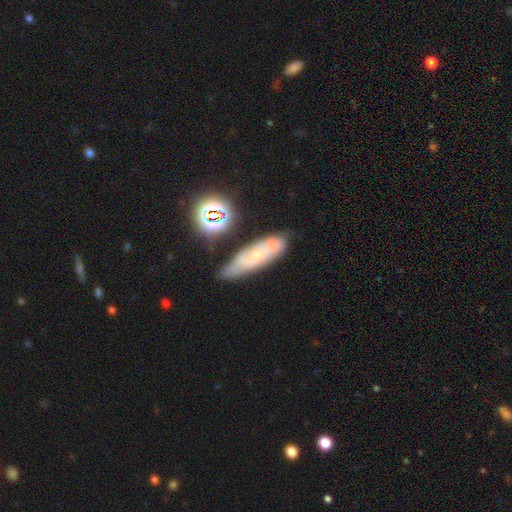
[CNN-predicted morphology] smooth_or_featured: featured or disk (p=0.43) [alt: smooth p=0.40]
merging: none (p=0.53) [alt: minor disturbance p=0.23]